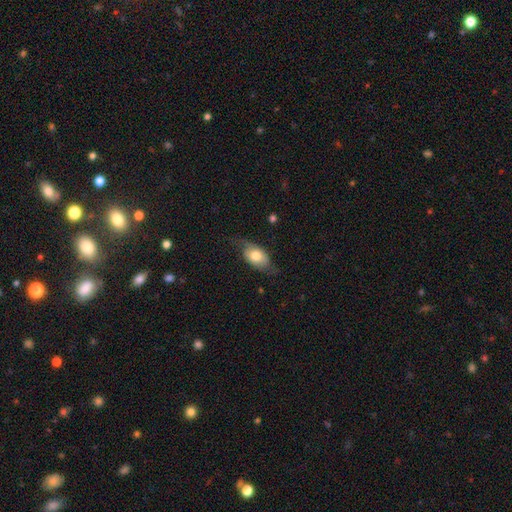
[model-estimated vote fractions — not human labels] smooth-or-featured: smooth: 63% | featured or disk: 31% | star or artifact: 6%
  how-rounded: in between: 85% | round: 11% | cigar-shaped: 4%
  merging: none: 57% | minor disturbance: 29% | major disturbance: 13% | merger: 1%